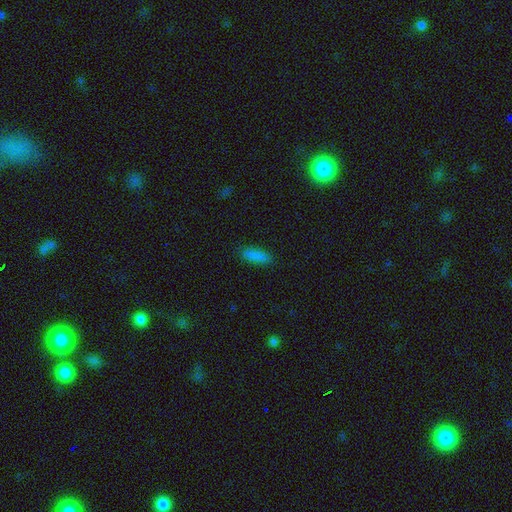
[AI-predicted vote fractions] Smooth or featured? smooth (86%)
How rounded? in between (56%)
Merging? none (87%)